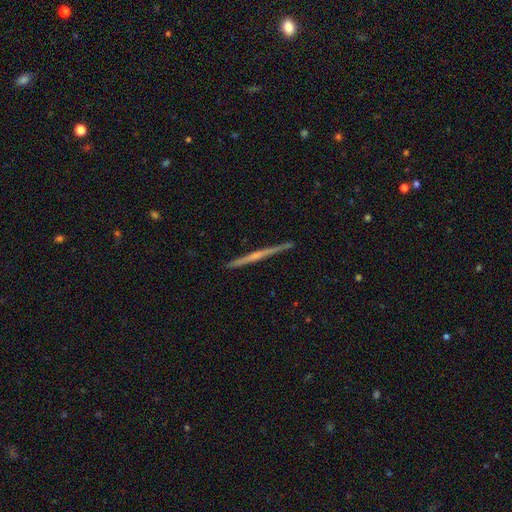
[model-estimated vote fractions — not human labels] Smooth or featured?
  - featured or disk: 72% *
  - smooth: 22%
  - star or artifact: 6%
Edge-on disk?
  - yes: 98% *
  - no: 2%
Edge-on bulge?
  - rounded: 46% * (tied)
  - none: 46% * (tied)
  - boxy: 7%
Merging?
  - none: 92% *
  - minor disturbance: 6%
  - major disturbance: 1%
  - merger: 1%